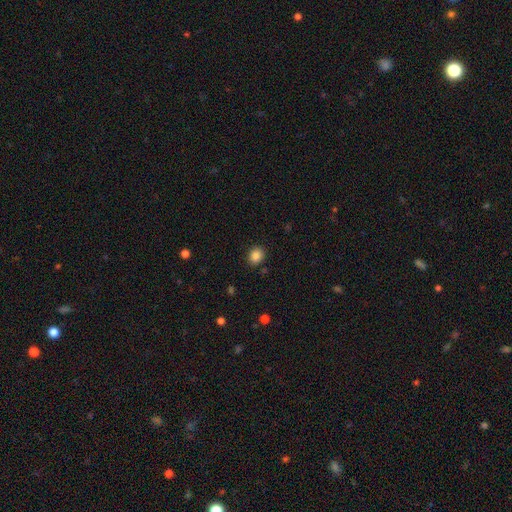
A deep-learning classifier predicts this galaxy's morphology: type=smooth (86%); roundness=round (60%); merging=none (88%).